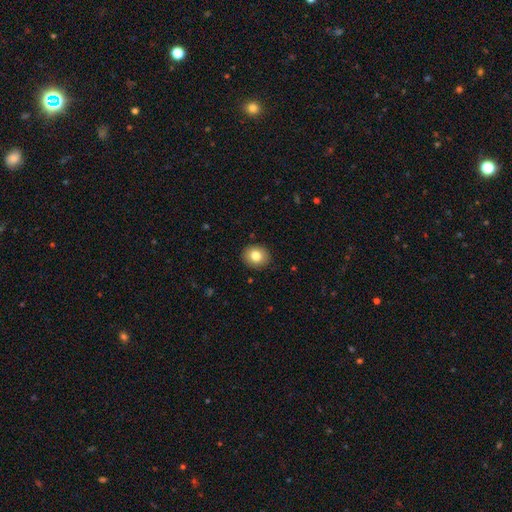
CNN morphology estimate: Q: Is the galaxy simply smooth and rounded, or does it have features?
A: smooth — 81%.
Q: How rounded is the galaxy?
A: round — 68%.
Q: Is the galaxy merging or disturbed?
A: none — 89%.